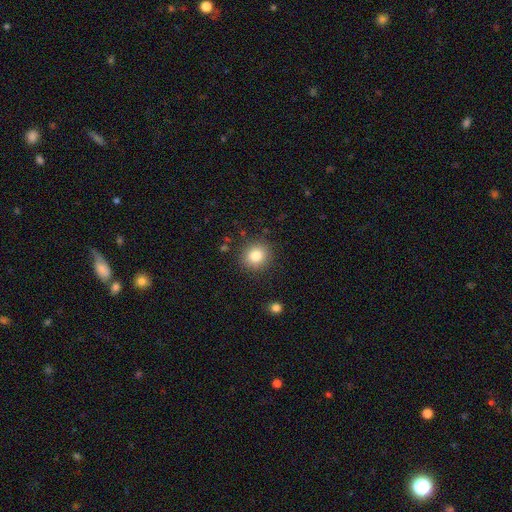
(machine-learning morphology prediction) Smooth or featured: smooth — 83% (star or artifact — 10%)
How rounded: round — 86% (in between — 14%)
Merging: none — 88% (minor disturbance — 8%)